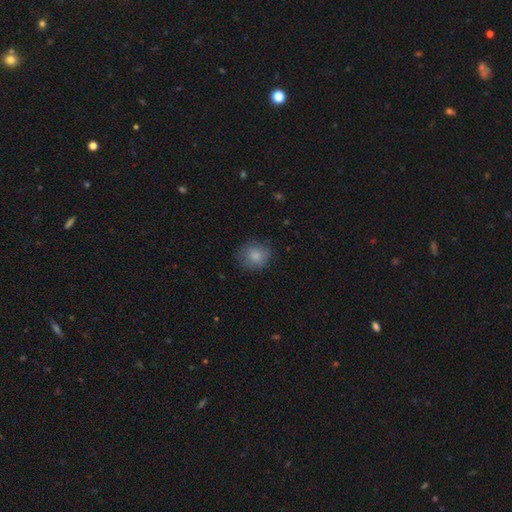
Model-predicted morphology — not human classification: A smooth galaxy with no disk features (83%) that is round (78%).

Vote fractions:
- Smooth or featured? smooth: 83% / featured or disk: 9% / star or artifact: 8%
- How rounded? round: 78% / in between: 21% / cigar-shaped: 1%
- Merging? none: 76% / minor disturbance: 18% / major disturbance: 5% / merger: 1%